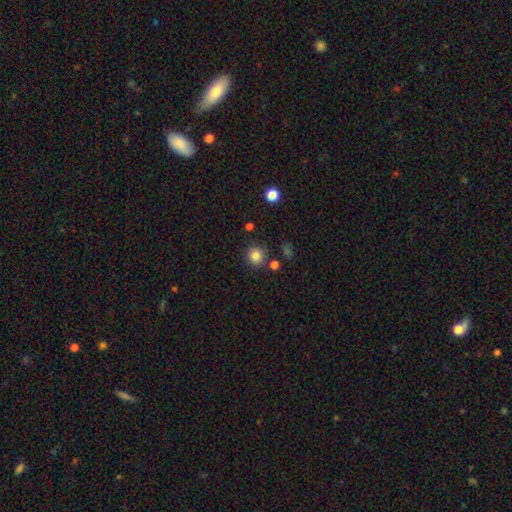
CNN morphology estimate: smooth_or_featured: smooth (p=0.85) [alt: star or artifact p=0.11]
how_rounded: round (p=0.91) [alt: in between p=0.08]
merging: none (p=0.85) [alt: minor disturbance p=0.08]